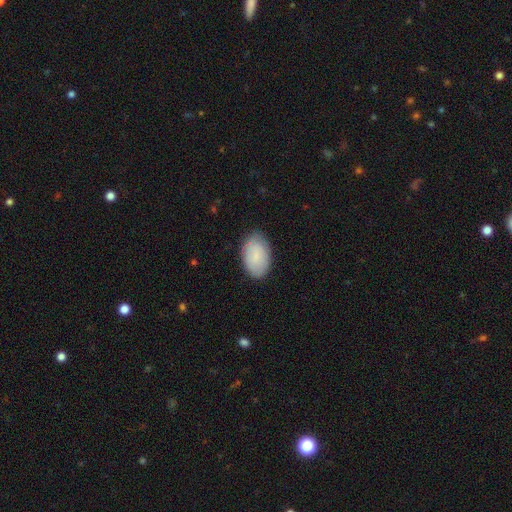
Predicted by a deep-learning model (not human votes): Smooth or featured: smooth — 85% (featured or disk — 9%)
How rounded: in between — 93% (round — 6%)
Merging: none — 80% (minor disturbance — 15%)